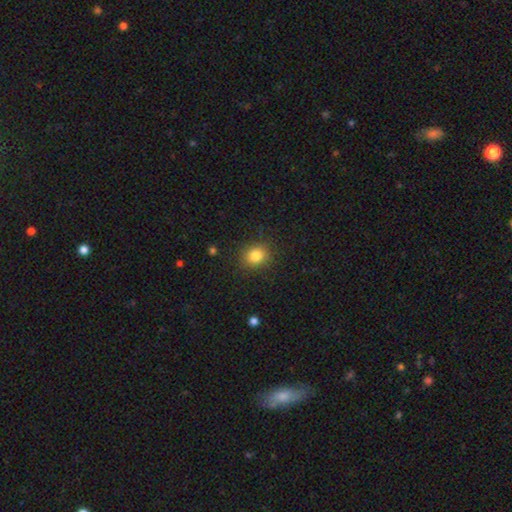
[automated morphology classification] smooth_or_featured: smooth (p=0.83) [alt: star or artifact p=0.11]
how_rounded: round (p=0.71) [alt: in between p=0.28]
merging: none (p=0.87) [alt: minor disturbance p=0.09]